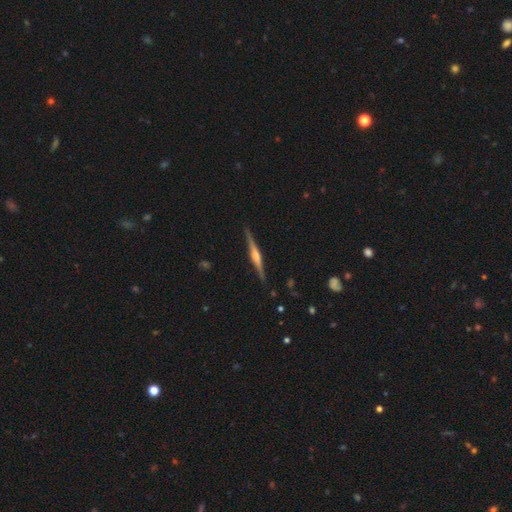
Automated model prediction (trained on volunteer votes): This is clearly a featured or disk galaxy (82%). It is clearly viewed edge-on (98%). Edge-on bulge: clearly rounded (82%). Merging: clearly none (91%).